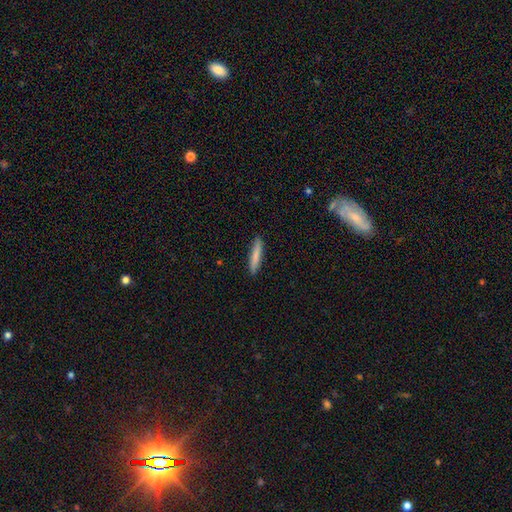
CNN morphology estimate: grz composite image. It shows a smooth galaxy with no disk features (80%) that is cigar-shaped (91%). Merging: none (90%).